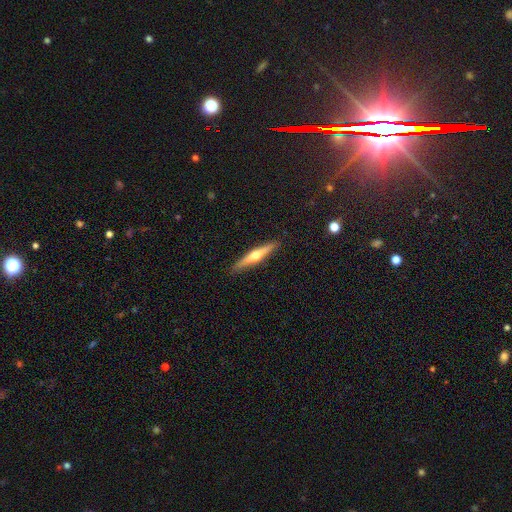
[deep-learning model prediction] Overall: featured or disk (66%; smooth 29%). Edge-on disk: yes (97%). Edge-on bulge: rounded (93%). Merging: none (91%).